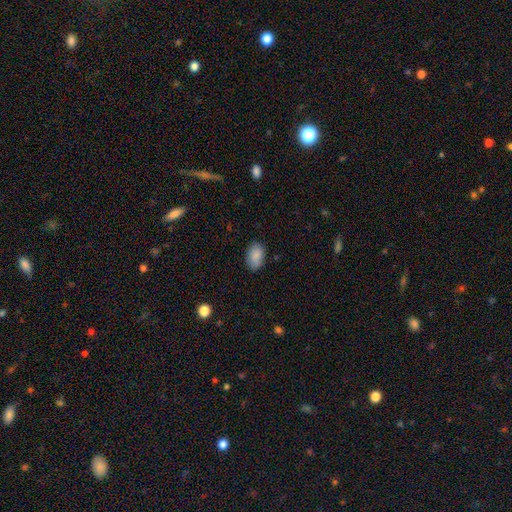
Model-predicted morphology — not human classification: Smooth or featured? smooth (88%)
How rounded? in between (88%)
Merging? none (83%)